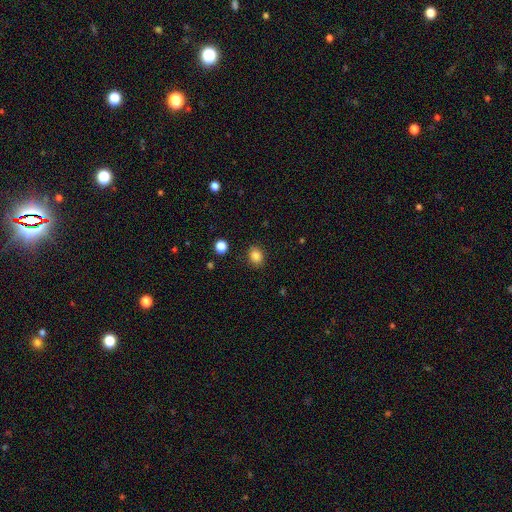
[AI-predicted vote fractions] smooth_or_featured: smooth (p=0.85) [alt: star or artifact p=0.11]
how_rounded: in between (p=0.51) [alt: round p=0.48]
merging: none (p=0.87) [alt: minor disturbance p=0.09]